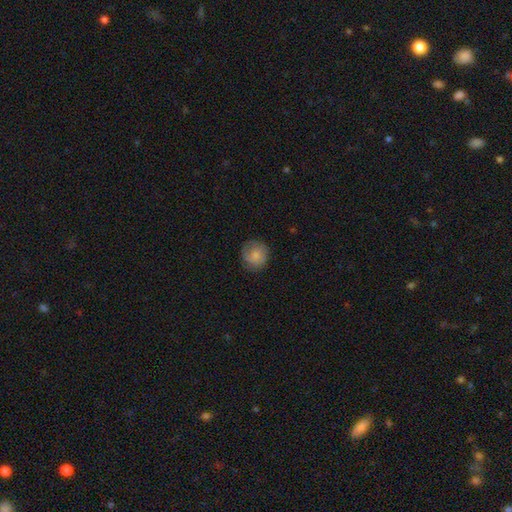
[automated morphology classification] Q: Smooth or featured?
A: smooth (73%); runner-up: featured or disk (20%)
Q: How rounded?
A: round (87%); runner-up: in between (12%)
Q: Merging?
A: none (75%); runner-up: minor disturbance (18%)